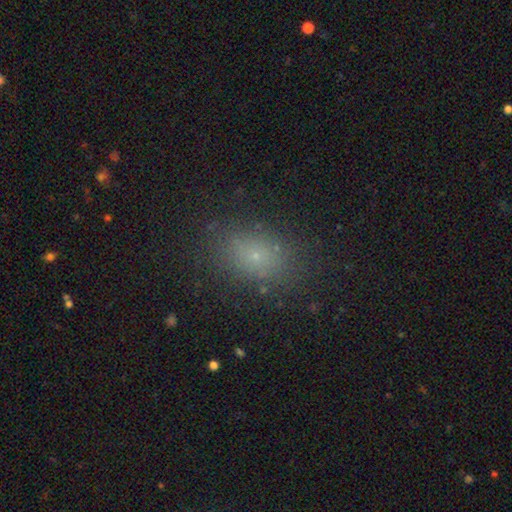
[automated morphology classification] smooth_or_featured: smooth (p=0.69) [alt: star or artifact p=0.20]
how_rounded: in between (p=0.73) [alt: round p=0.25]
merging: none (p=0.82) [alt: minor disturbance p=0.12]